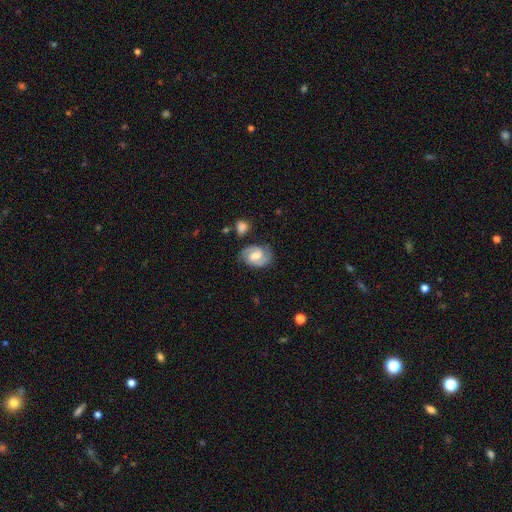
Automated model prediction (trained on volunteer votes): A featured or disk galaxy (79%) with a weak bar (55%), 2 (90%) medium (52%) spiral arms (96%) and a moderate central bulge (55%).

Vote fractions:
- Smooth or featured? featured or disk: 79% / smooth: 14% / star or artifact: 6%
- Edge-on disk? no: 97% / yes: 3%
- Bar? weak: 55% / no: 27% / strong: 18%
- Spiral arms? yes: 96% / no: 4%
- Spiral winding? medium: 52% / tight: 34% / loose: 14%
- Spiral arm count? 2: 90% / can't tell: 5% / 3: 2% / 1: 2% / 4: 1% / more than 4: 1%
- Bulge size? moderate: 55% / small: 26% / large: 10% / none: 7% / dominant: 1%
- Merging? none: 76% / minor disturbance: 16% / major disturbance: 5% / merger: 4%